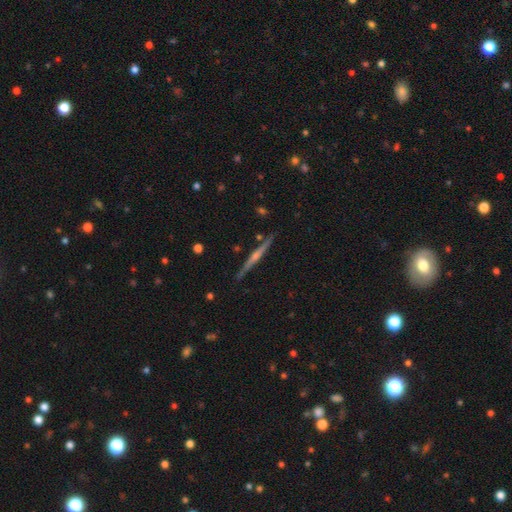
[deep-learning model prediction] Smooth or featured? featured or disk (77%)
Edge-on disk? yes (98%)
Edge-on bulge? rounded (70%)
Merging? none (89%)